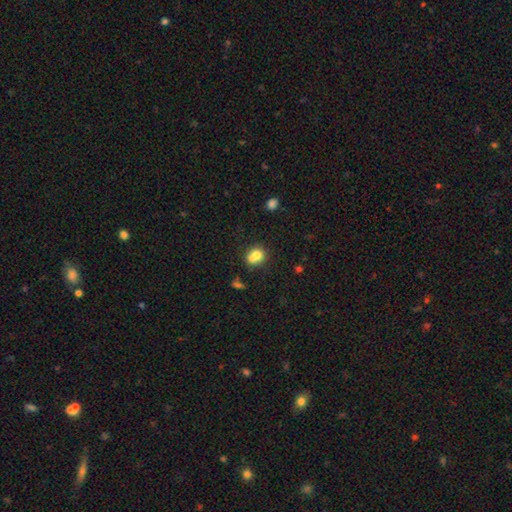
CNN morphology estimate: type=smooth (73%); roundness=round (66%); merging=merger (48%).